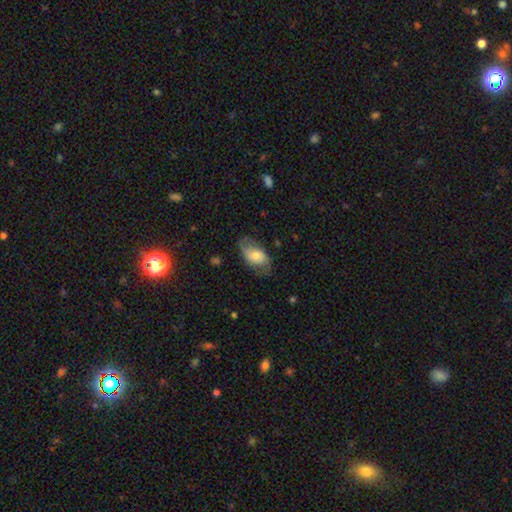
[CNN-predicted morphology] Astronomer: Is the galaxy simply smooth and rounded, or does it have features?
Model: smooth — 52% (runner-up: featured or disk, 41%).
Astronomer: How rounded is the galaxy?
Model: in between — 89%.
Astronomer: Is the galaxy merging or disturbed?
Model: none — 63%.